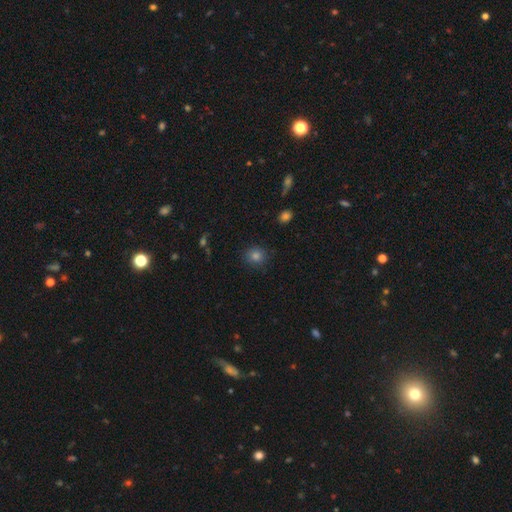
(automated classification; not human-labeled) Smooth or featured? Predicted: smooth (p=0.78). How rounded? Predicted: round (p=0.87). Merging? Predicted: none (p=0.88).